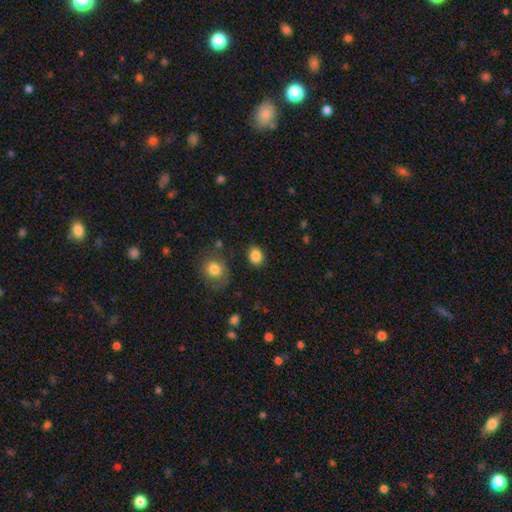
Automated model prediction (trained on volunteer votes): Morphology: type=smooth (86%); roundness=in between (54%); merging=none (86%).